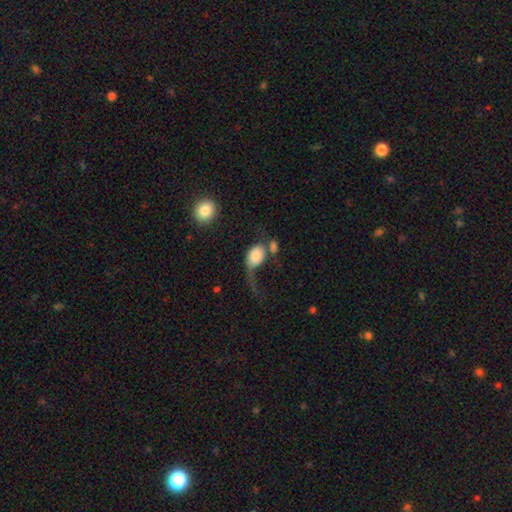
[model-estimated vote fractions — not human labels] Smooth or featured?
  - smooth: 70% *
  - featured or disk: 23%
  - star or artifact: 7%
How rounded?
  - in between: 73% *
  - round: 26%
  - cigar-shaped: 2%
Merging?
  - major disturbance: 44% *
  - merger: 24%
  - none: 19%
  - minor disturbance: 14%